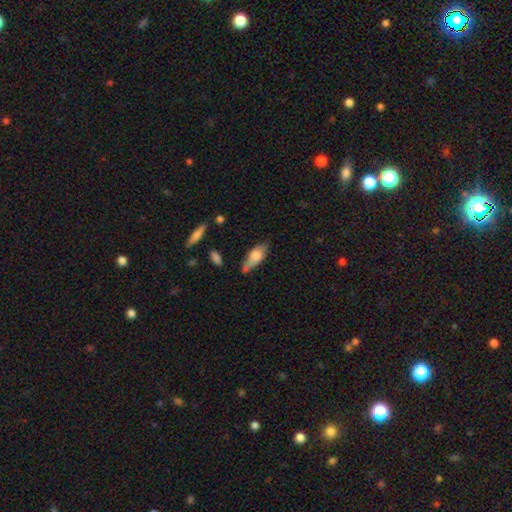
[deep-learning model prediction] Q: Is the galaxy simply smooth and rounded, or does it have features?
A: smooth — 70%.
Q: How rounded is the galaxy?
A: in between — 75%.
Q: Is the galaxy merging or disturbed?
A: none — 51%.